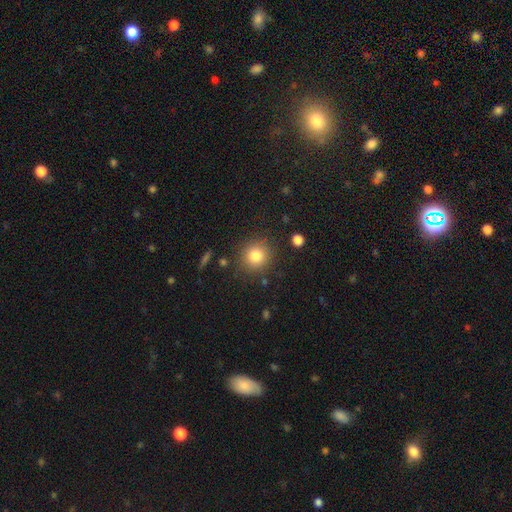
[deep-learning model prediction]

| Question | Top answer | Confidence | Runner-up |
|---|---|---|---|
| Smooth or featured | smooth | 82% | star or artifact (11%) |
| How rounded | round | 89% | in between (10%) |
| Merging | none | 86% | minor disturbance (8%) |